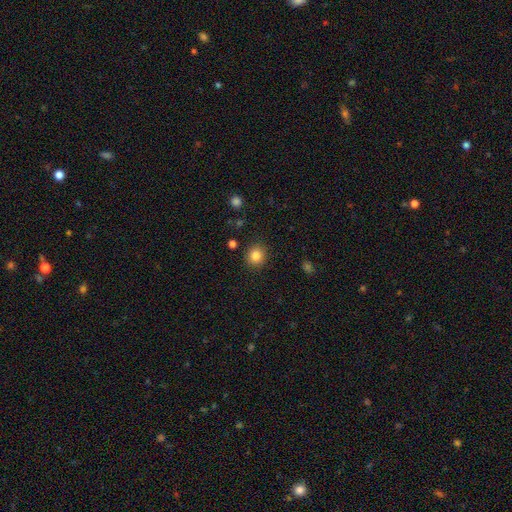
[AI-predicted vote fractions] Smooth or featured? smooth (83%)
How rounded? round (83%)
Merging? none (90%)